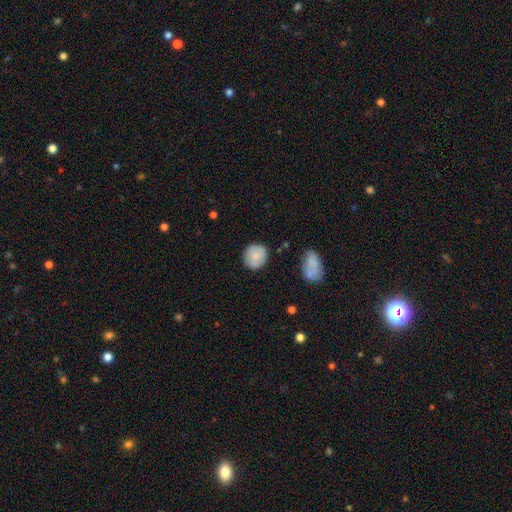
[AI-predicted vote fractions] smooth-or-featured: smooth: 75% | featured or disk: 18% | star or artifact: 7%
  how-rounded: round: 80% | in between: 19% | cigar-shaped: 1%
  merging: none: 80% | minor disturbance: 14% | major disturbance: 3% | merger: 2%